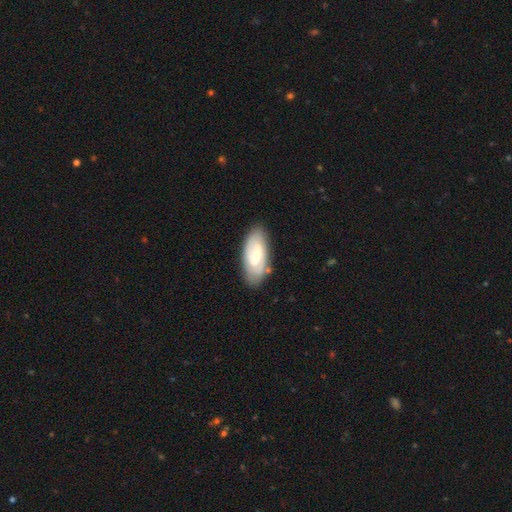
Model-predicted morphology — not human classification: This appears to be a featured or disk galaxy (57%) with a weak bar (49%), spiral arms (78%) and a small central bulge (45%). Merging: none (76%).